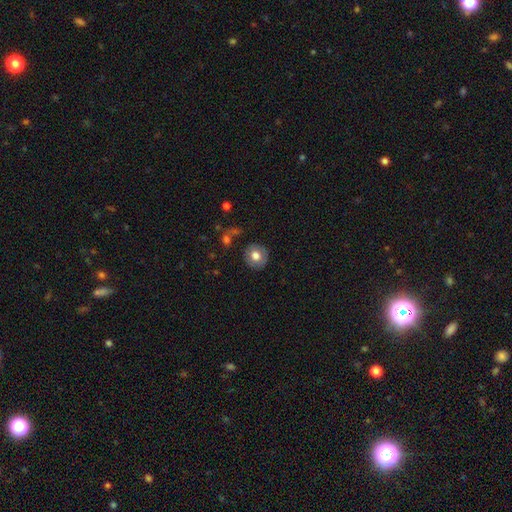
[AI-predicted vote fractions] smooth_or_featured: smooth (p=0.73) [alt: featured or disk p=0.19]
how_rounded: round (p=0.87) [alt: in between p=0.12]
merging: none (p=0.86) [alt: minor disturbance p=0.10]